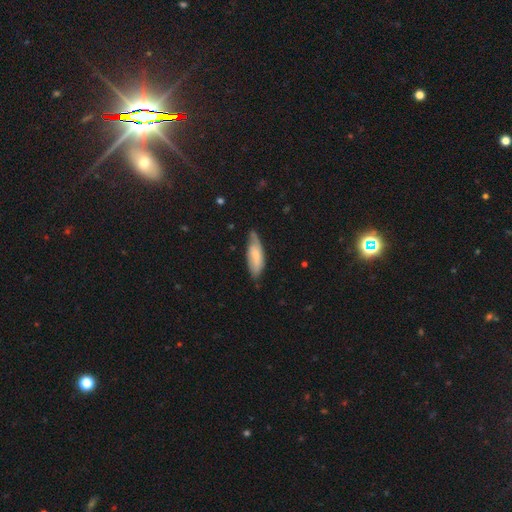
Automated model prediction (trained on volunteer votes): Smooth or featured: smooth — 57% (featured or disk — 38%)
How rounded: in between — 66% (cigar-shaped — 32%)
Merging: none — 59% (minor disturbance — 32%)